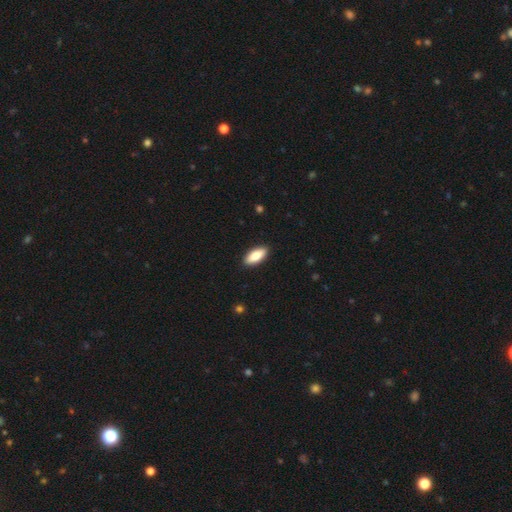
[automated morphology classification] Overall: smooth (80%). How rounded: in between (81%). Merging: none (91%).